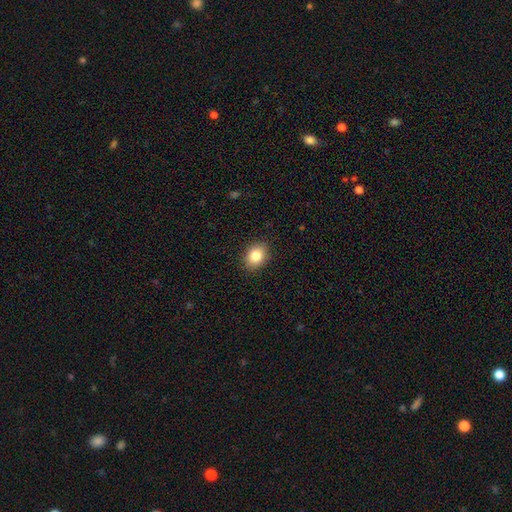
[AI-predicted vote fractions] Smooth or featured: smooth — 83% (star or artifact — 9%)
How rounded: in between — 63% (round — 36%)
Merging: none — 89% (minor disturbance — 8%)